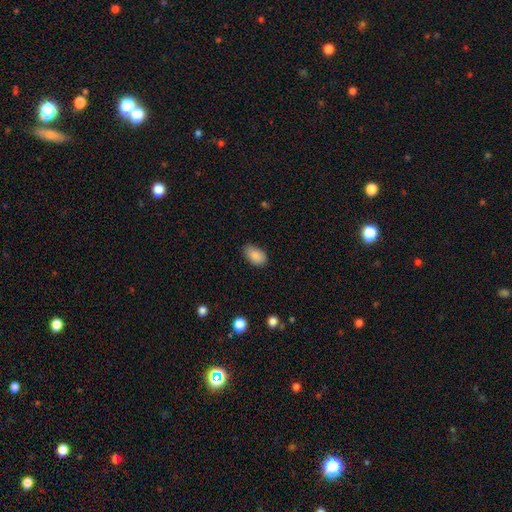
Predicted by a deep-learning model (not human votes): Smooth or featured: smooth — 88% (star or artifact — 7%)
How rounded: in between — 92% (round — 7%)
Merging: none — 77% (minor disturbance — 19%)